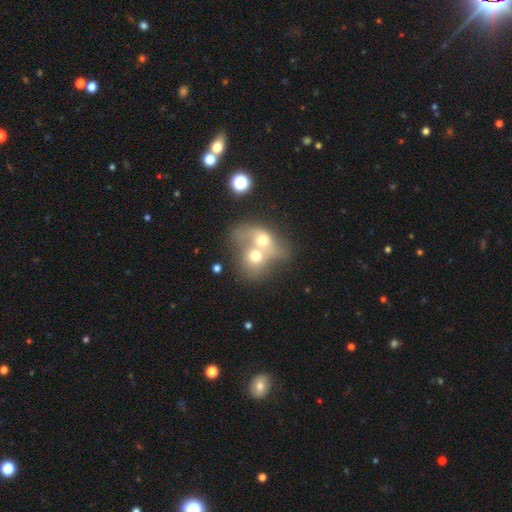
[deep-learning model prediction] The model was most divided on "smooth or featured": smooth: 49%, featured or disk: 37%, star or artifact: 14%. More confident: merging — merger (79%).